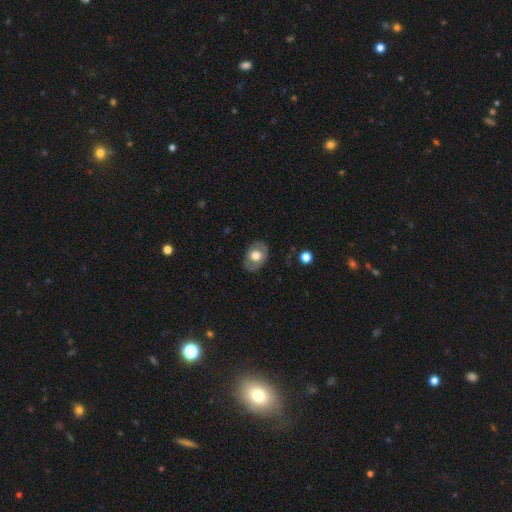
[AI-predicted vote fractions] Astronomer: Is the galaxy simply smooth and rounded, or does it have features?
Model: smooth — 58% (runner-up: featured or disk, 35%).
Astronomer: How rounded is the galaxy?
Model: in between — 75%.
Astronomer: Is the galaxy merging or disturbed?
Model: none — 79%.